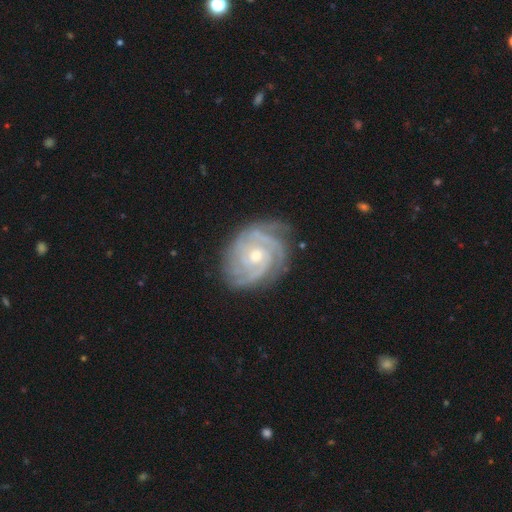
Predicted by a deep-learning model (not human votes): Q: Smooth or featured?
A: featured or disk (91%); runner-up: smooth (5%)
Q: Edge-on disk?
A: no (98%); runner-up: yes (2%)
Q: Bar?
A: no (73%); runner-up: weak (22%)
Q: Spiral arms?
A: yes (98%); runner-up: no (2%)
Q: Spiral winding?
A: tight (74%); runner-up: medium (22%)
Q: Spiral arm count?
A: 3 (33%); runner-up: can't tell (20%)
Q: Bulge size?
A: moderate (61%); runner-up: small (35%)
Q: Merging?
A: none (76%); runner-up: minor disturbance (18%)